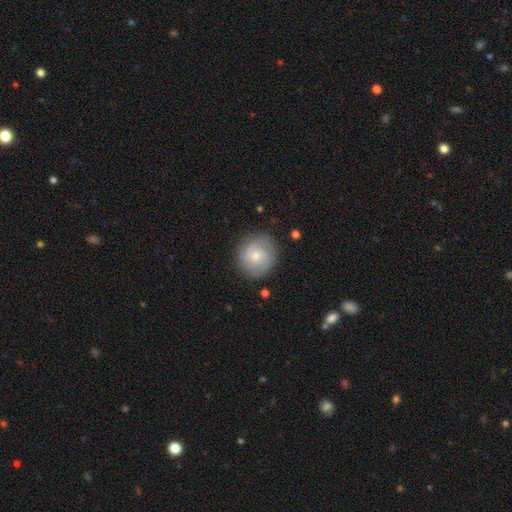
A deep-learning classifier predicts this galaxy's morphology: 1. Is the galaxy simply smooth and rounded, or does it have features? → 50% featured or disk, 43% smooth, 7% star or artifact.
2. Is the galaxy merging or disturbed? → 80% none, 14% minor disturbance, 5% major disturbance, 2% merger.